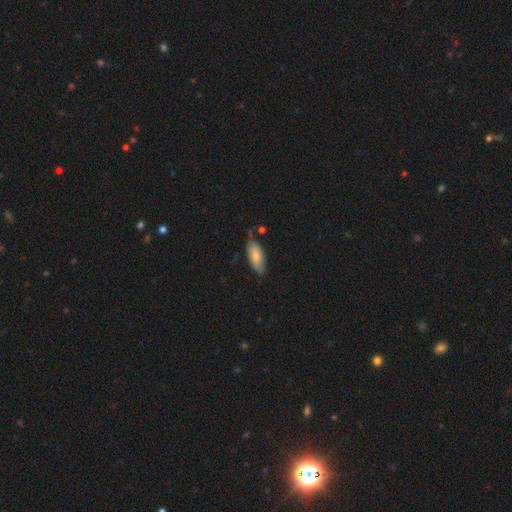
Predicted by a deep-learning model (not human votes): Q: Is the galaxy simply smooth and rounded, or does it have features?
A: smooth — 79%.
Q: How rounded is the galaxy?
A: in between — 81%.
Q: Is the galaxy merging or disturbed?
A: none — 67%.